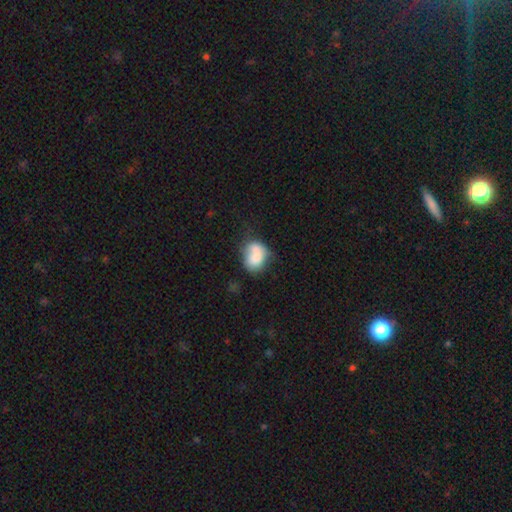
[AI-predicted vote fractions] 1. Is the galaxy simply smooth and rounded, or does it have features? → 72% smooth, 19% featured or disk, 8% star or artifact.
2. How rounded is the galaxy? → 59% in between, 40% round, 1% cigar-shaped.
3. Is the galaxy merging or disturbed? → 47% merger, 28% none, 17% minor disturbance, 8% major disturbance.